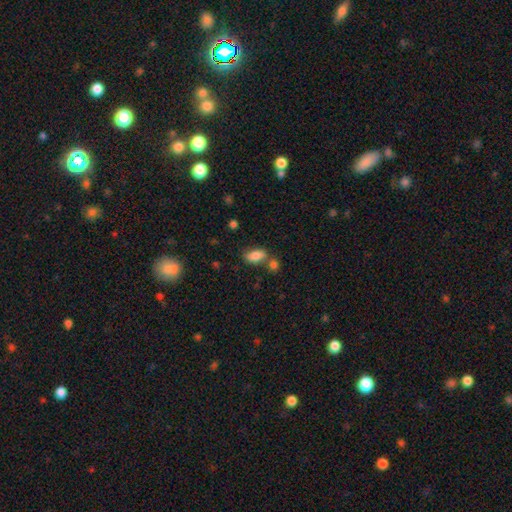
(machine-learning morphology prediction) This appears to be a smooth galaxy with no disk features (82%) that is in between round and cigar-shaped (90%). Merging: none (55%).